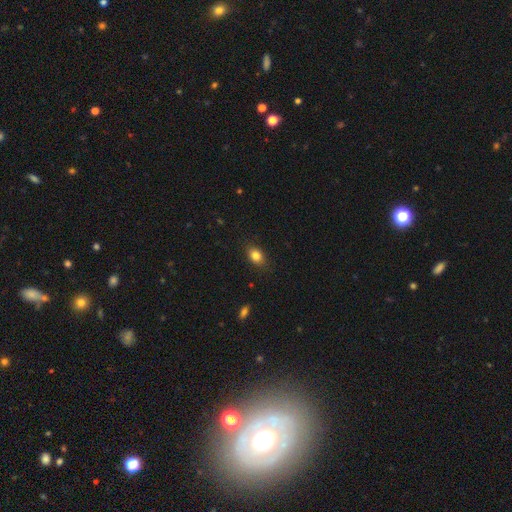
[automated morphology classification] Smooth or featured: smooth — 84% (star or artifact — 10%)
How rounded: in between — 75% (round — 23%)
Merging: none — 83% (minor disturbance — 13%)